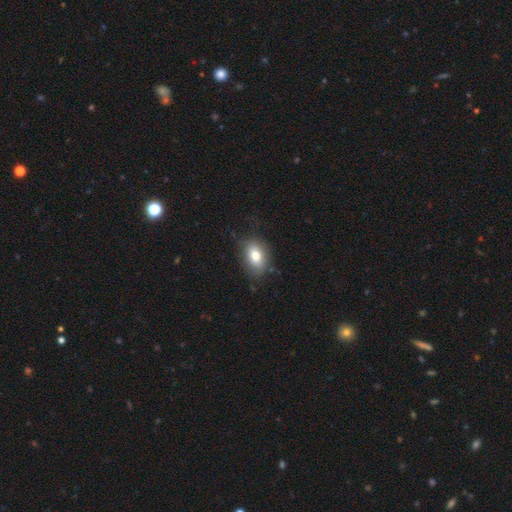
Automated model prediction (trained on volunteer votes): Morphology: type=smooth (77%); roundness=in between (80%); merging=none (74%).